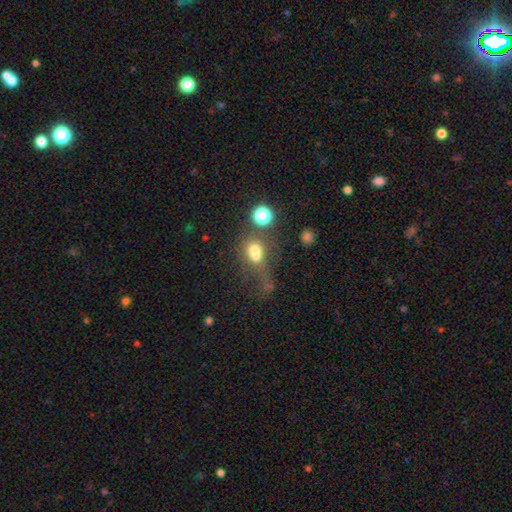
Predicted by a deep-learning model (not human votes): A smooth galaxy with no disk features (62%) that is round (52%).

Vote fractions:
- Smooth or featured? smooth: 62% / star or artifact: 19% / featured or disk: 19%
- How rounded? round: 52% / in between: 45% / cigar-shaped: 3%
- Merging? merger: 49% / none: 24% / major disturbance: 17% / minor disturbance: 10%